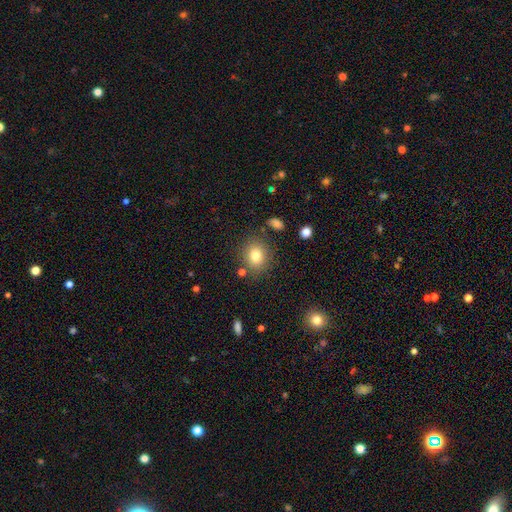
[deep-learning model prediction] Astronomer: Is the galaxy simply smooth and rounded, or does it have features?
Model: smooth — 79%.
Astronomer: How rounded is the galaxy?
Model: round — 70%.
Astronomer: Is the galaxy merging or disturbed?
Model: none — 81%.